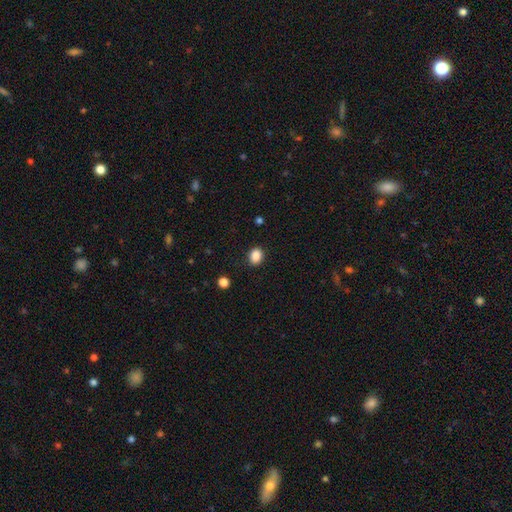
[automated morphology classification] This is clearly a smooth galaxy (88%). How rounded: possibly in between (56%). Merging: clearly none (86%).